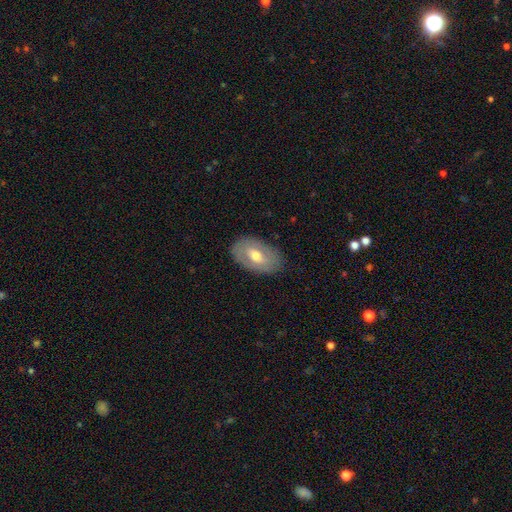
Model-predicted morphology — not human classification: Smooth or featured: featured or disk — 48% (smooth — 45%)
Merging: none — 83% (minor disturbance — 13%)